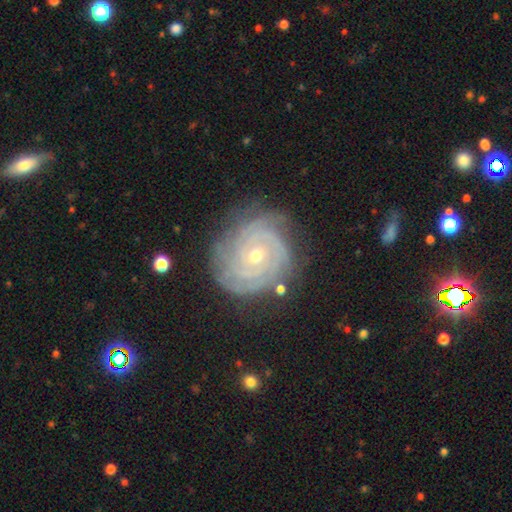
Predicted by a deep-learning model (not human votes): Morphology: type=featured or disk (88%); edge-on=no (97%); bar=no (67%); spiral arms=yes (98%); winding=tight (85%); arm count=can't tell (25%); bulge=small (59%); merging=none (78%).